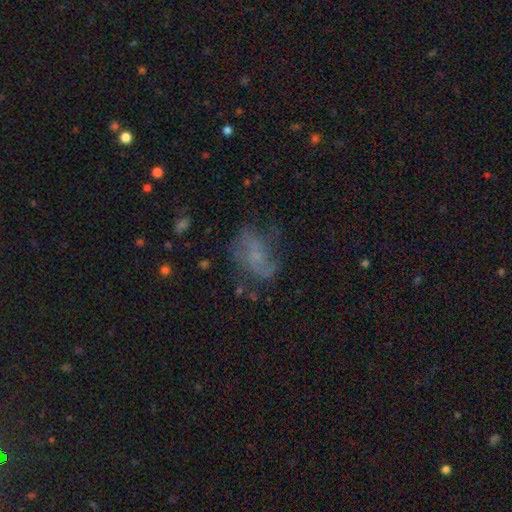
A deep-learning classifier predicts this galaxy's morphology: smooth-or-featured: featured or disk: 53% | smooth: 30% | star or artifact: 16%
  disk-edge-on: no: 97% | yes: 3%
    bar: no: 70% | weak: 25% | strong: 5%
    has-spiral-arms: yes: 70% | no: 30%
    bulge-size: small: 46% | none: 37% | moderate: 13% | large: 2% | dominant: 1%
  merging: none: 53% | minor disturbance: 23% | major disturbance: 22% | merger: 3%